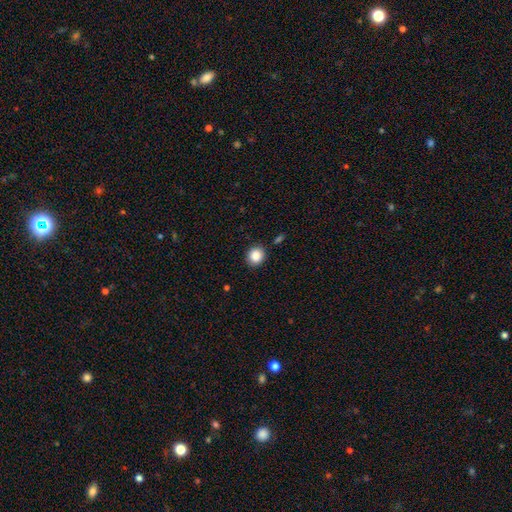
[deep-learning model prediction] This appears to be a smooth galaxy with no disk features (87%) that is round (80%). Merging: none (87%).